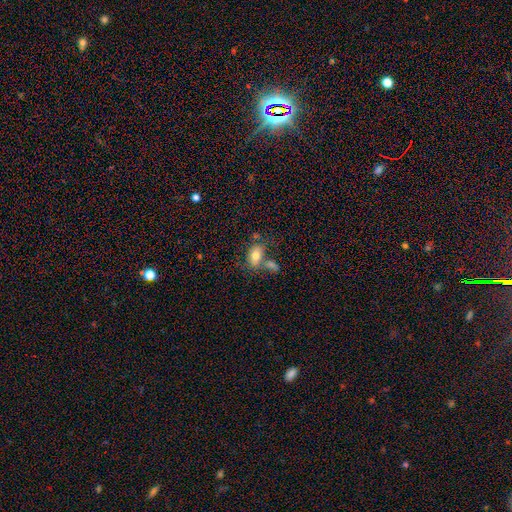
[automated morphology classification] Smooth or featured? Predicted: smooth (p=0.75). How rounded? Predicted: in between (p=0.85). Merging? Predicted: none (p=0.47).